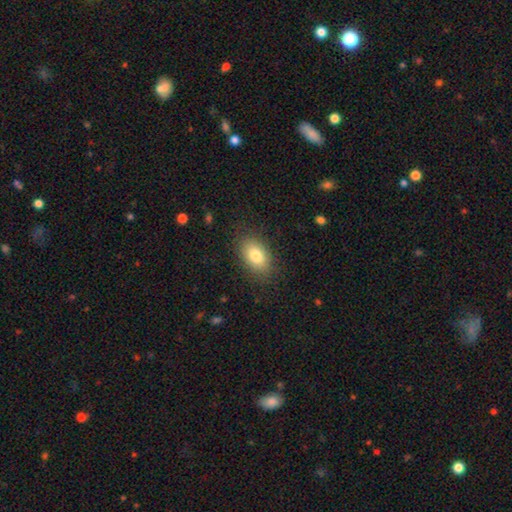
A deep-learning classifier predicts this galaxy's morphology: smooth_or_featured: smooth (p=0.80) [alt: featured or disk p=0.12]
how_rounded: in between (p=0.87) [alt: round p=0.11]
merging: none (p=0.84) [alt: minor disturbance p=0.12]